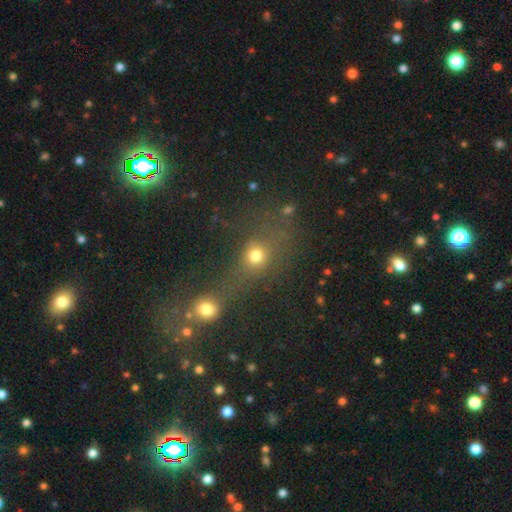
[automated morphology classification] smooth_or_featured: smooth (p=0.68) [alt: star or artifact p=0.20]
how_rounded: round (p=0.69) [alt: in between p=0.26]
merging: merger (p=0.40) [alt: none p=0.38]